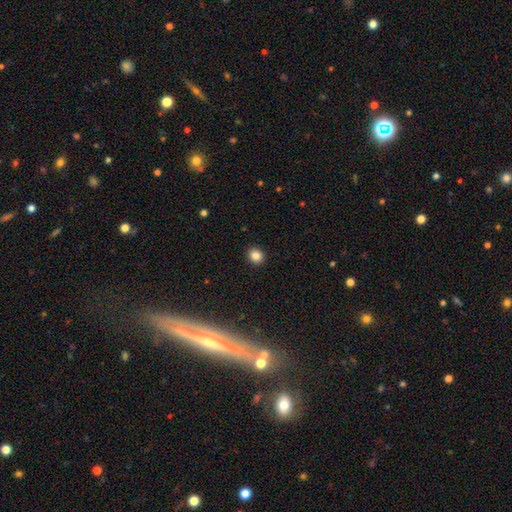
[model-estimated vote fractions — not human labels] Morphology: type=smooth (84%); roundness=round (77%); merging=none (92%).